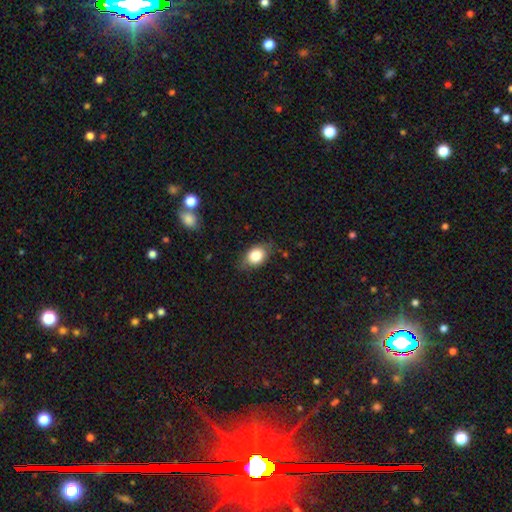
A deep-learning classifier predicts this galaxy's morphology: smooth_or_featured: smooth (p=0.80) [alt: featured or disk p=0.12]
how_rounded: in between (p=0.77) [alt: round p=0.22]
merging: none (p=0.75) [alt: minor disturbance p=0.19]